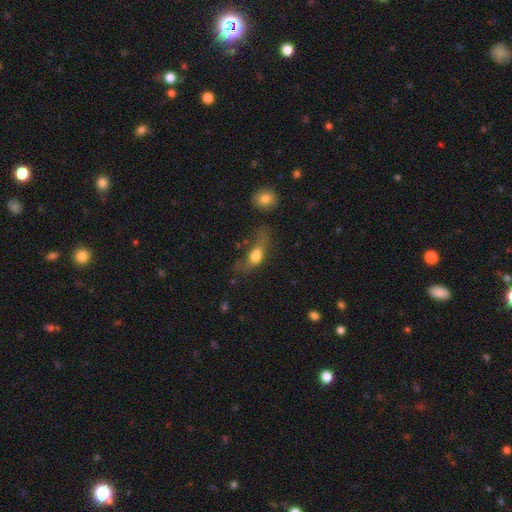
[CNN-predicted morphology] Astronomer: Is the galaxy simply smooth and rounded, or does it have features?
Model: smooth — 63%.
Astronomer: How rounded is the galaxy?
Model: in between — 72%.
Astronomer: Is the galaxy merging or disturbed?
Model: major disturbance — 42% (runner-up: none, 27%).